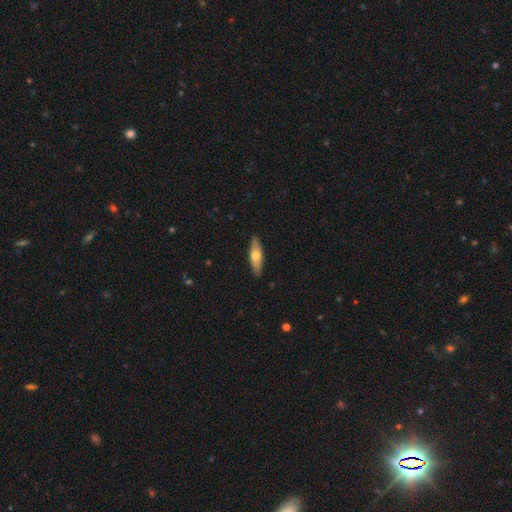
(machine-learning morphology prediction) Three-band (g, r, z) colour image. It shows a smooth galaxy with no disk features (59%) that is cigar-shaped (54%). Merging: none (89%).